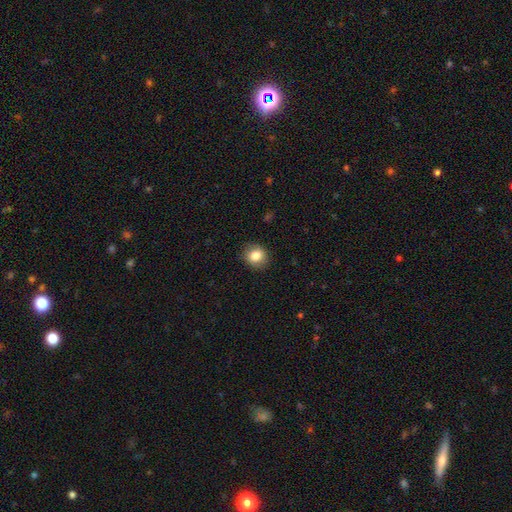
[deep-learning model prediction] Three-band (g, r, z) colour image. It shows a smooth galaxy with no disk features (84%) that is round (74%). Merging: none (88%).